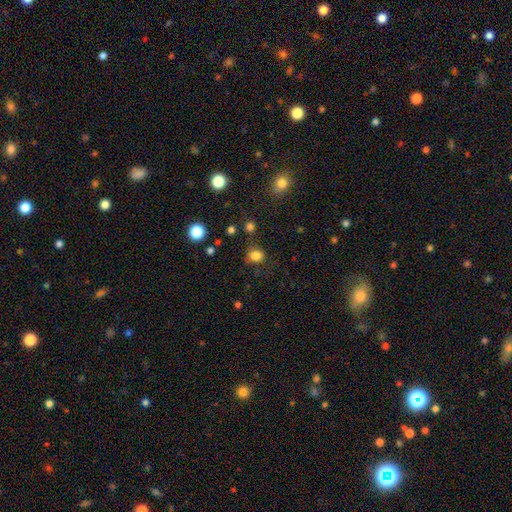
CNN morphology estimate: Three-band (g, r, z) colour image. It shows a smooth galaxy with no disk features (81%) that is round (76%). Merging: none (76%).